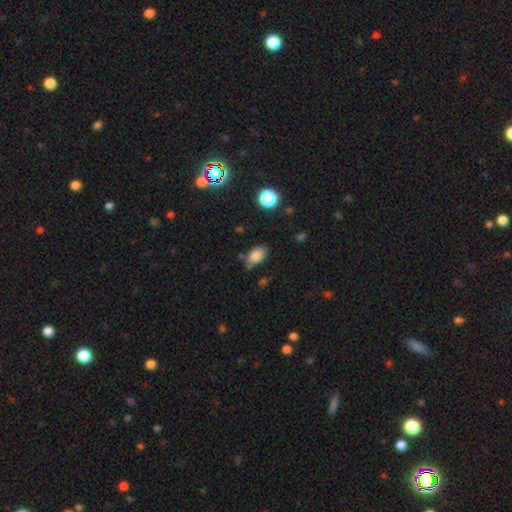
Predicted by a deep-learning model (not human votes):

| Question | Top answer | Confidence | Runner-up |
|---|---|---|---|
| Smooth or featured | smooth | 82% | star or artifact (10%) |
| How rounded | in between | 87% | round (11%) |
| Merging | none | 60% | minor disturbance (28%) |